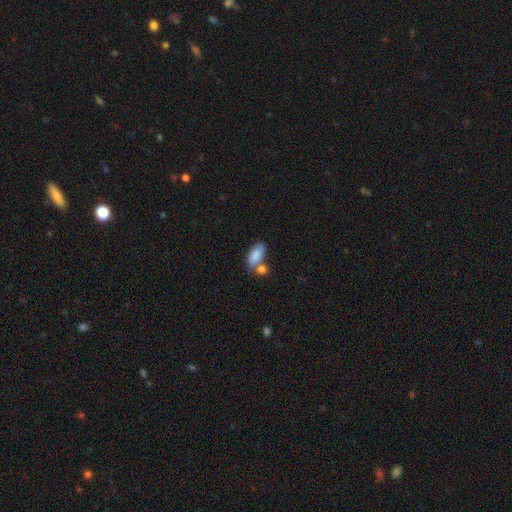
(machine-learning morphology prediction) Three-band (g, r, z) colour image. It shows a smooth galaxy with no disk features (85%) that is in between round and cigar-shaped (90%). Merging: none (44%).